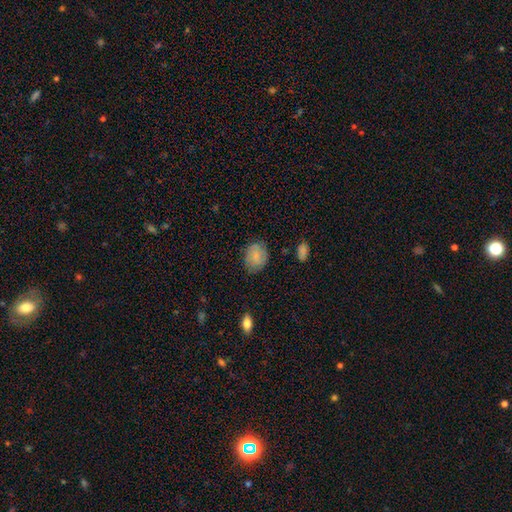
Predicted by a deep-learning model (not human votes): The model was most divided on "how rounded": in between: 51%, round: 48%, cigar-shaped: 1%. More confident: smooth or featured — smooth (81%); merging — none (76%).